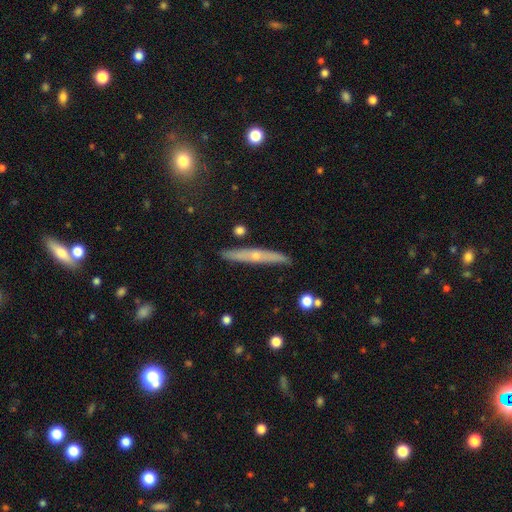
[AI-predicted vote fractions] A featured or disk galaxy (60%) viewed edge-on (92%) with a rounded central bulge (75%).

Vote fractions:
- Smooth or featured? featured or disk: 60% / smooth: 33% / star or artifact: 7%
- Edge-on disk? yes: 92% / no: 8%
- Edge-on bulge? rounded: 75% / none: 23% / boxy: 2%
- Merging? none: 85% / minor disturbance: 11% / merger: 2% / major disturbance: 2%